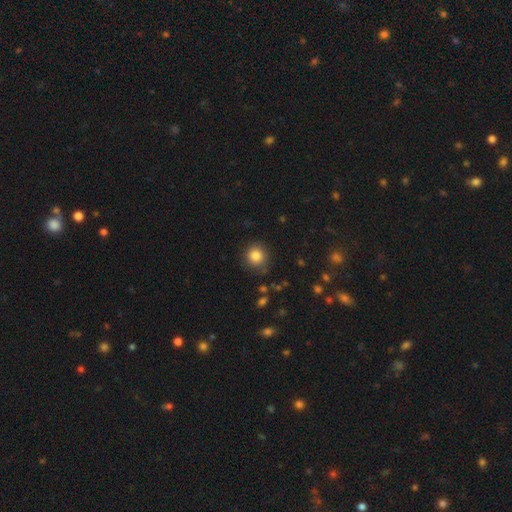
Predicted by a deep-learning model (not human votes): Smooth or featured: smooth — 84% (star or artifact — 11%)
How rounded: round — 91% (in between — 8%)
Merging: none — 83% (minor disturbance — 12%)